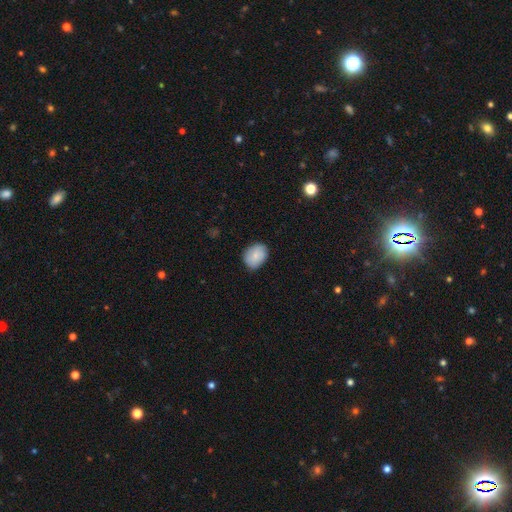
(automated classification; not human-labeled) The model was most divided on "how rounded": in between: 63%, round: 36%, cigar-shaped: 1%. More confident: smooth or featured — smooth (83%); merging — none (80%).